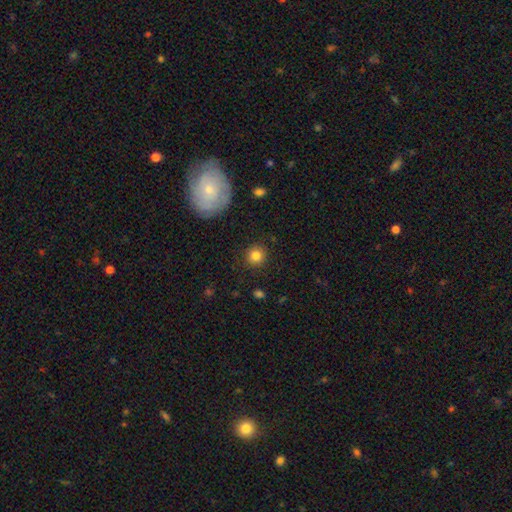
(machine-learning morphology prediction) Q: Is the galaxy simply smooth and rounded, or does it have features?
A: smooth — 83%.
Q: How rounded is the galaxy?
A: round — 91%.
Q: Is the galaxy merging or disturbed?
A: none — 88%.